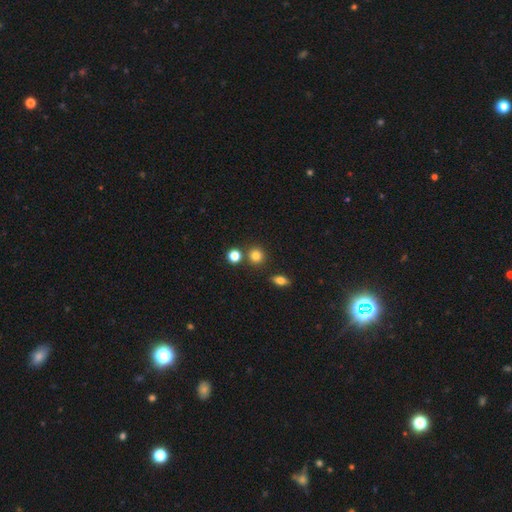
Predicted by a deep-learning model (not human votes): Smooth or featured: smooth — 81% (star or artifact — 13%)
How rounded: round — 88% (in between — 11%)
Merging: none — 79% (merger — 10%)